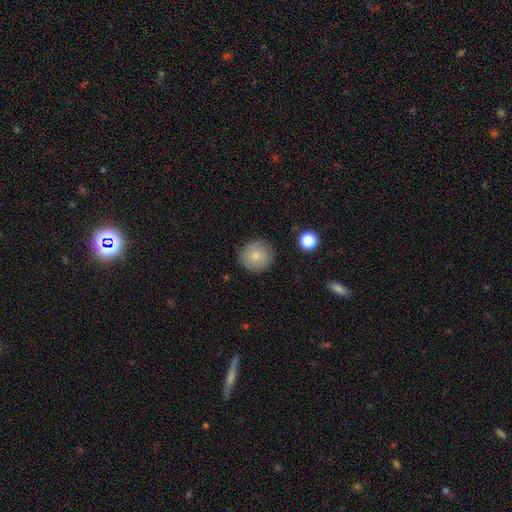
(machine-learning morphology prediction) Overall: smooth (80%). How rounded: round (94%). Merging: none (87%).